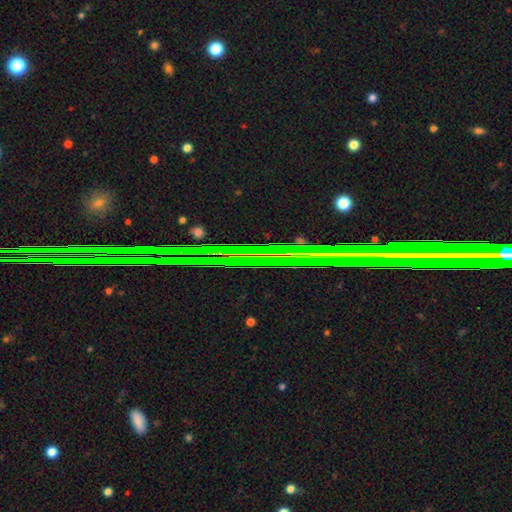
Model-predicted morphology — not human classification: Overall: star or artifact (76%).